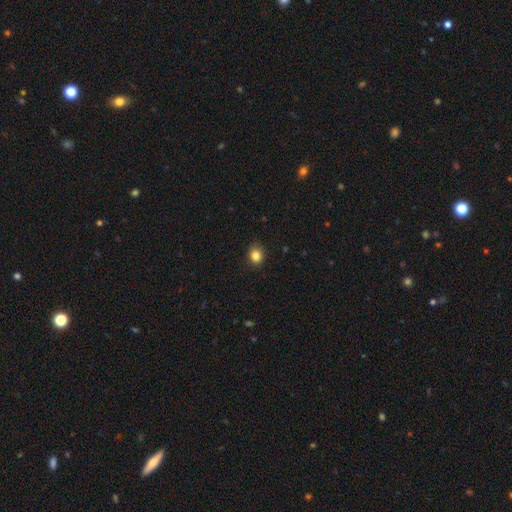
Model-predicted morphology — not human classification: The model was most divided on "how rounded": round: 59%, in between: 40%, cigar-shaped: 1%. More confident: merging — none (86%); smooth or featured — smooth (85%).